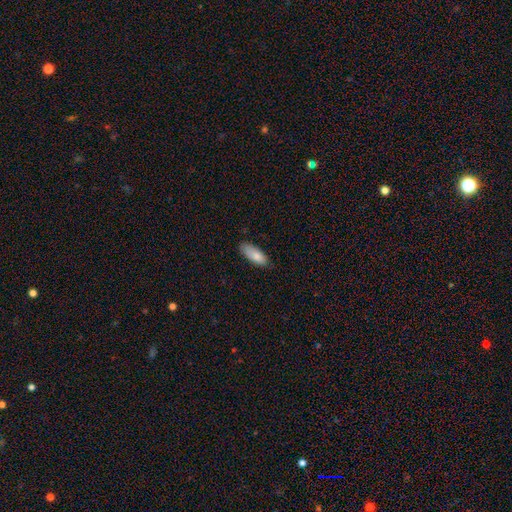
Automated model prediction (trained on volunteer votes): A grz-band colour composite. It shows a smooth galaxy with no disk features (84%) that is in between round and cigar-shaped (75%). Merging: none (74%).